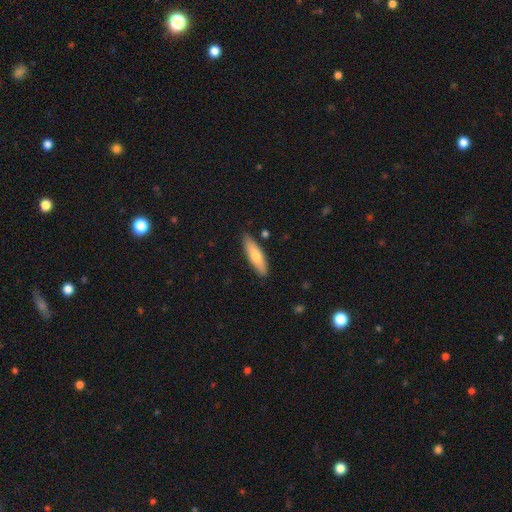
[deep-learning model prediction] The model was most divided on "how rounded": cigar-shaped: 63%, in between: 35%, round: 2%. More confident: merging — none (85%); smooth or featured — smooth (71%).